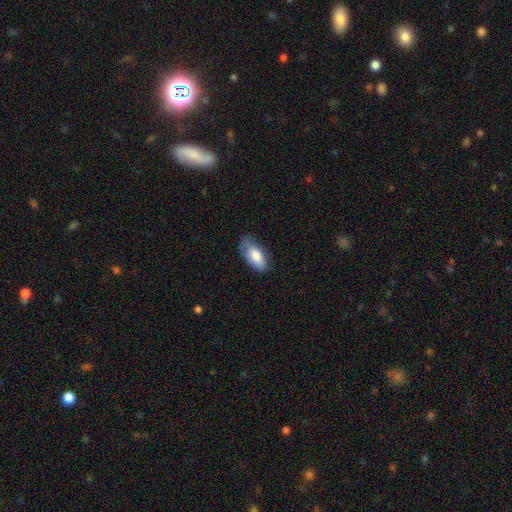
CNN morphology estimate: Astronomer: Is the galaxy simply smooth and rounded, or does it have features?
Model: smooth — 79%.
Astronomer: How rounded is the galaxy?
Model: in between — 90%.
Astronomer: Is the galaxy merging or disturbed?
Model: none — 58%.